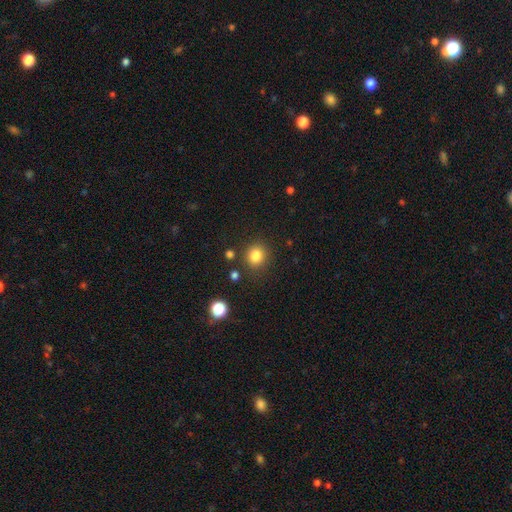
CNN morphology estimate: Overall: smooth (83%). How rounded: round (88%). Merging: none (87%).